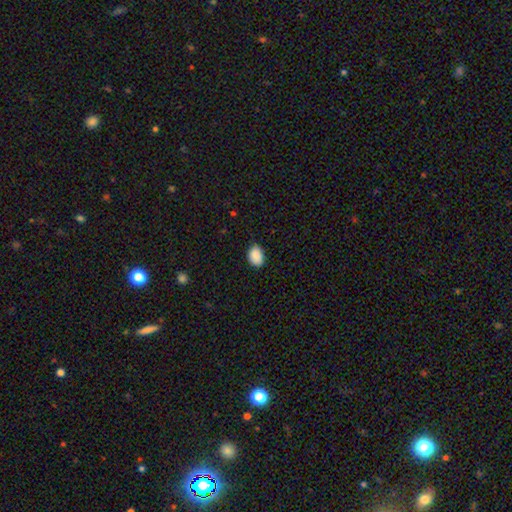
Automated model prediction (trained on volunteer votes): Overall: smooth (89%). How rounded: in between (78%). Merging: none (76%).